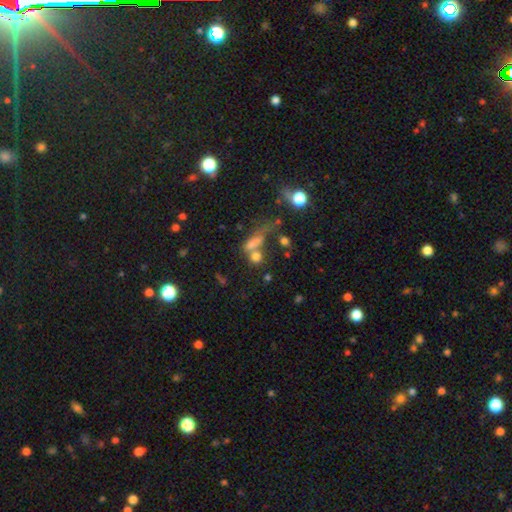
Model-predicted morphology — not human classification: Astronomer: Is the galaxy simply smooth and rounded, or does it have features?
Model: smooth — 68%.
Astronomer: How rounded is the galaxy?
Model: round — 42% (runner-up: in between, 37%).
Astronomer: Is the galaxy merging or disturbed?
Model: none — 39% (runner-up: merger, 38%).